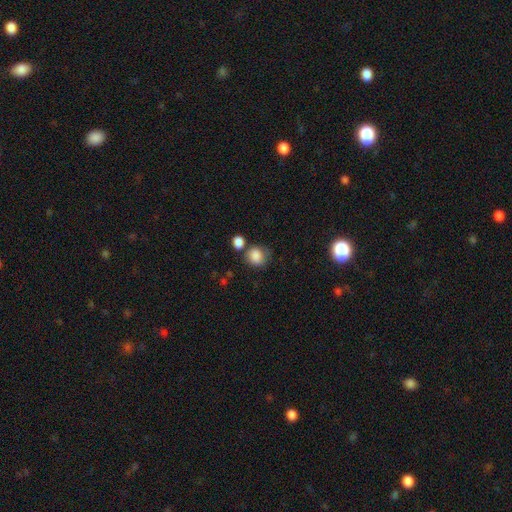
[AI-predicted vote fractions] Overall: smooth (85%). How rounded: round (75%). Merging: none (59%).